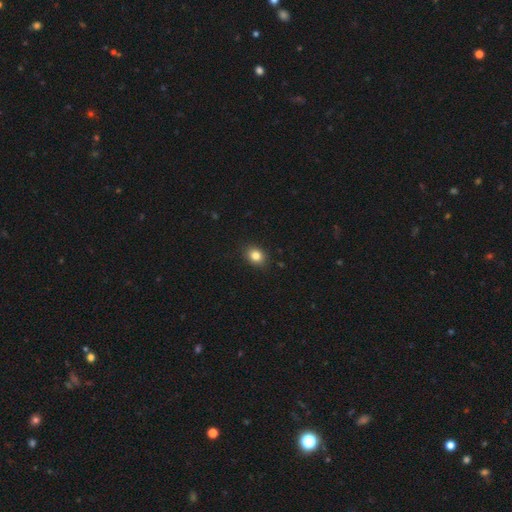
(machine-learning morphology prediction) type=smooth (83%); roundness=in between (51%); merging=none (89%).